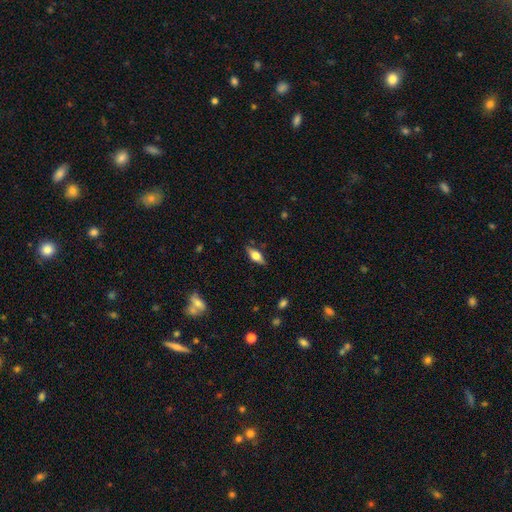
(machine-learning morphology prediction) smooth 53%, featured or disk 40%, star or artifact 7%. Down the decision tree: how rounded — in between (73%); merging — none (84%).